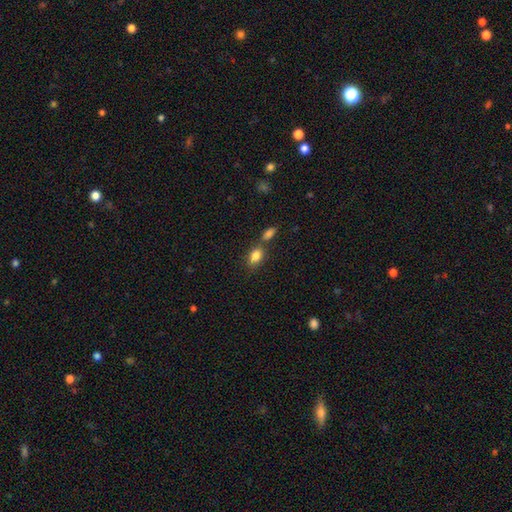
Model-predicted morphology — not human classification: smooth 84%, star or artifact 8%, featured or disk 8%. Down the decision tree: how rounded — in between (84%); merging — none (57%).